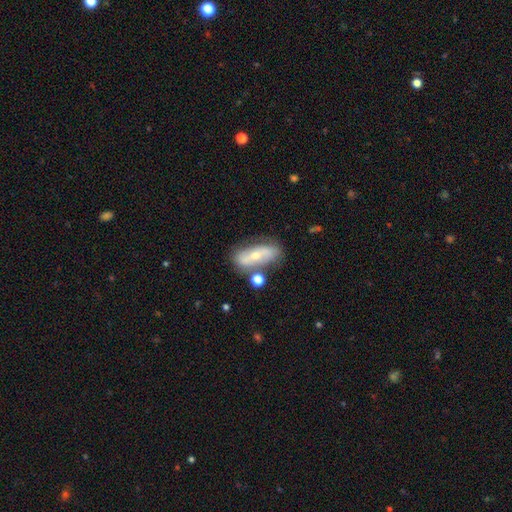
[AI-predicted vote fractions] smooth-or-featured: featured or disk: 55% | smooth: 37% | star or artifact: 8%
  disk-edge-on: no: 82% | yes: 18%
  merging: none: 65% | minor disturbance: 18% | merger: 11% | major disturbance: 7%